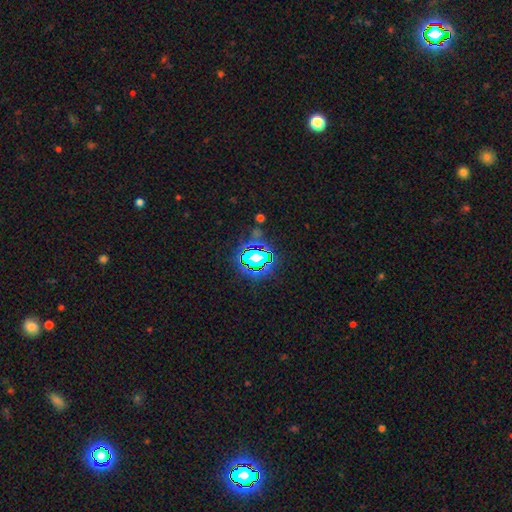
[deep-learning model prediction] Morphology: type=star or artifact (79%).